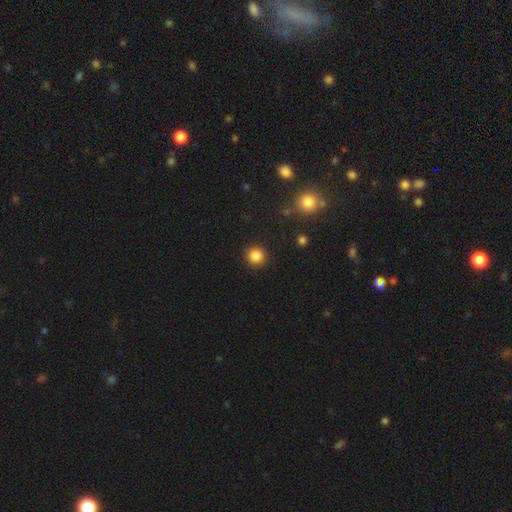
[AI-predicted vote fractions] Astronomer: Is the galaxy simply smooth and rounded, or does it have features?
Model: smooth — 84%.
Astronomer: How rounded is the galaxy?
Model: round — 94%.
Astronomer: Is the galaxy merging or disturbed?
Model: none — 92%.